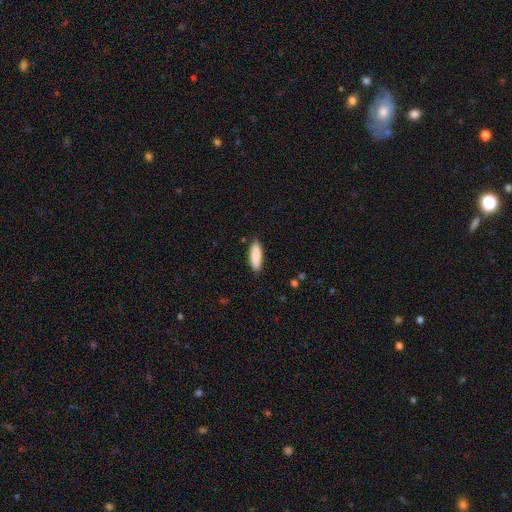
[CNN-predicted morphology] This appears to be a smooth galaxy with no disk features (88%) that is in between round and cigar-shaped (55%). Merging: none (87%).